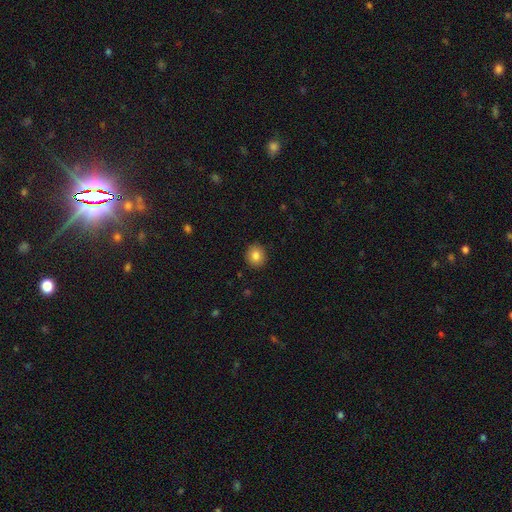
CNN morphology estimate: Q: Smooth or featured?
A: smooth (84%); runner-up: star or artifact (10%)
Q: How rounded?
A: round (84%); runner-up: in between (15%)
Q: Merging?
A: none (91%); runner-up: minor disturbance (6%)